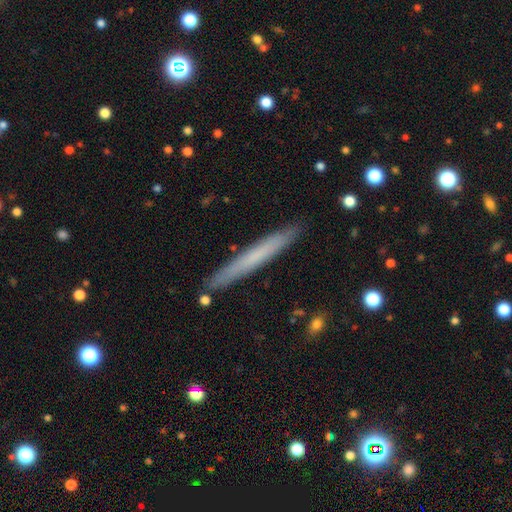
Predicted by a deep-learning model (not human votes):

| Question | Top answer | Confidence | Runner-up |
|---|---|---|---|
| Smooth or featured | smooth | 57% | featured or disk (36%) |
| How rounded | cigar-shaped | 97% | in between (2%) |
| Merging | none | 90% | minor disturbance (7%) |